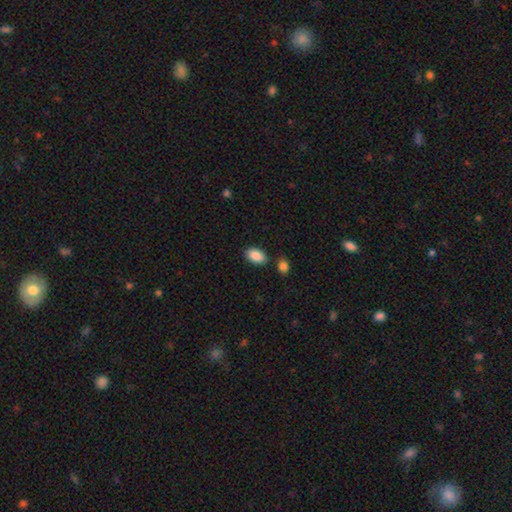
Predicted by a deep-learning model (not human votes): smooth 90%, star or artifact 7%, featured or disk 4%. Down the decision tree: how rounded — in between (93%); merging — none (81%).